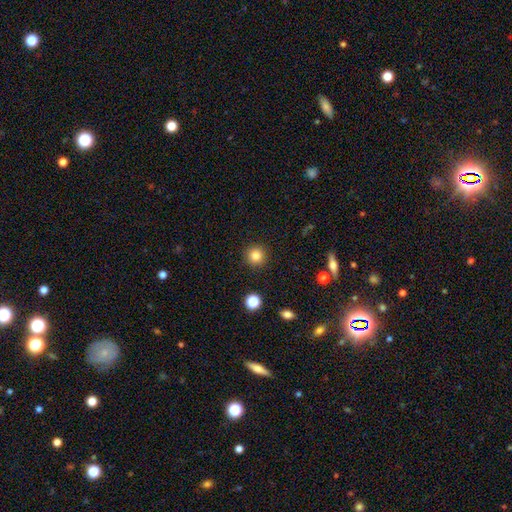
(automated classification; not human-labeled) Smooth or featured? smooth (83%)
How rounded? round (95%)
Merging? none (92%)